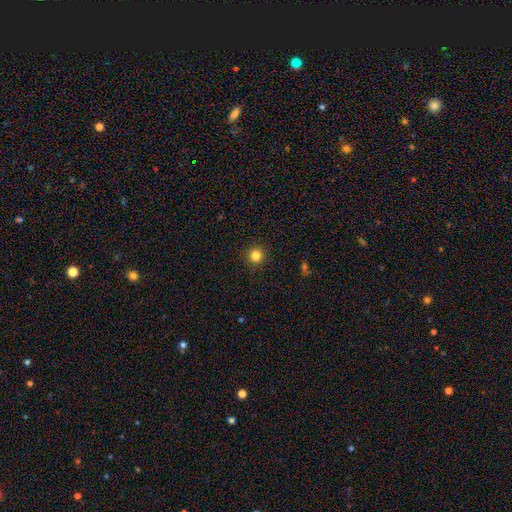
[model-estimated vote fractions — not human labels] smooth_or_featured: smooth (p=0.83) [alt: star or artifact p=0.12]
how_rounded: round (p=0.95) [alt: in between p=0.04]
merging: none (p=0.92) [alt: minor disturbance p=0.05]